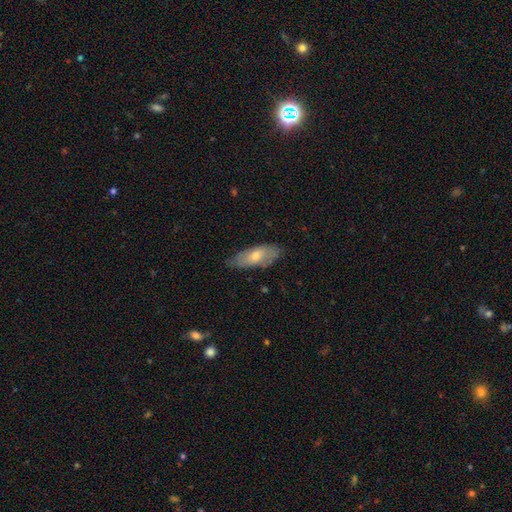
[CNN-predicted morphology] A smooth galaxy with no disk features (56%) that is in between round and cigar-shaped (71%). Merging: none (73%).